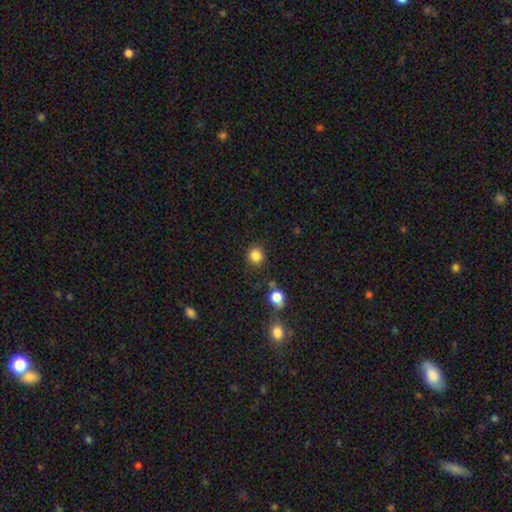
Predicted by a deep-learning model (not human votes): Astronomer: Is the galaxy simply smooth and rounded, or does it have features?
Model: smooth — 84%.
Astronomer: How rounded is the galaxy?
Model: round — 91%.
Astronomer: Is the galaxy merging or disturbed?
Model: none — 86%.